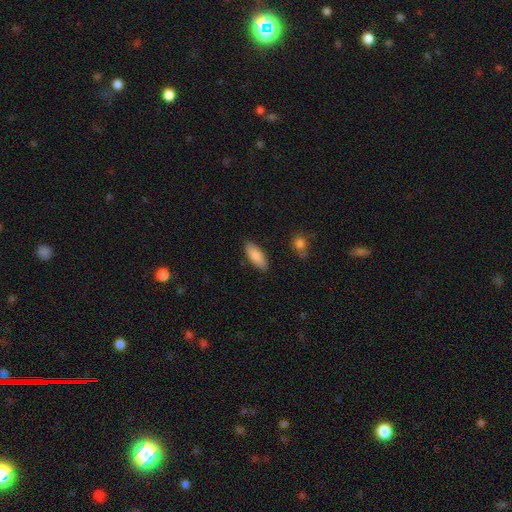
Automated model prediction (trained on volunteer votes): smooth 86%, featured or disk 8%, star or artifact 6%. Down the decision tree: how rounded — in between (75%); merging — none (86%).